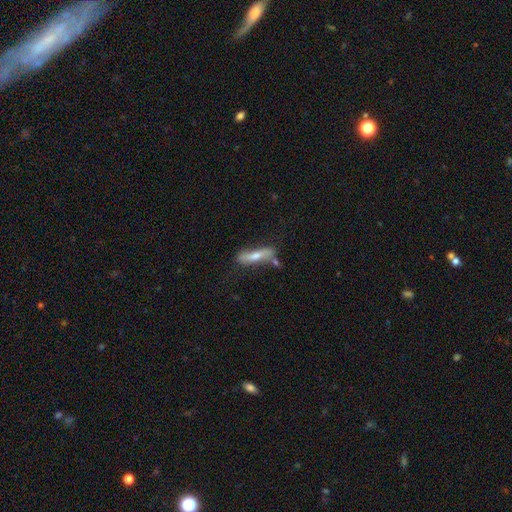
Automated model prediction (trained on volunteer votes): smooth_or_featured: smooth (p=0.49) [alt: featured or disk p=0.43]
merging: none (p=0.67) [alt: minor disturbance p=0.20]